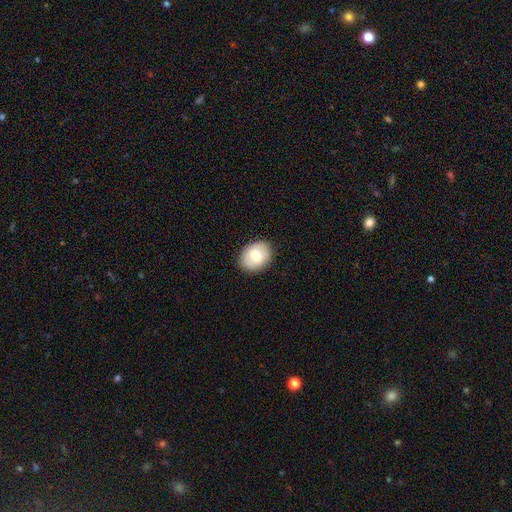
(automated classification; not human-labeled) Smooth or featured? Predicted: smooth (p=0.72). How rounded? Predicted: in between (p=0.59). Merging? Predicted: none (p=0.87).